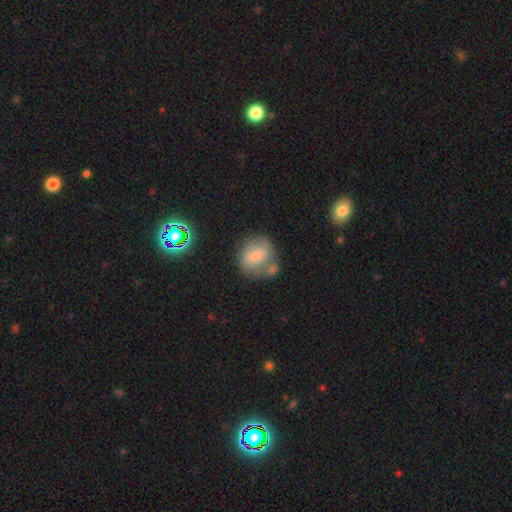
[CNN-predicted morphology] smooth 55%, featured or disk 35%, star or artifact 9%. Down the decision tree: how rounded — round (70%); merging — none (43%).